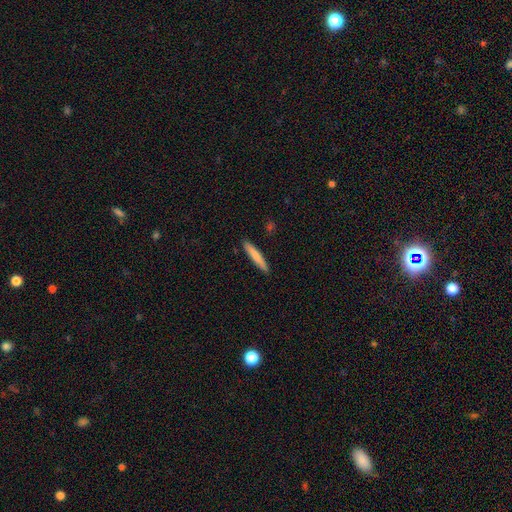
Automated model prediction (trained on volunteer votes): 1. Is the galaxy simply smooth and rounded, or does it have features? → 75% smooth, 19% featured or disk, 6% star or artifact.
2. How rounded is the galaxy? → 94% cigar-shaped, 5% in between, 1% round.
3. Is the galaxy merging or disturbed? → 90% none, 7% minor disturbance, 1% major disturbance, 1% merger.